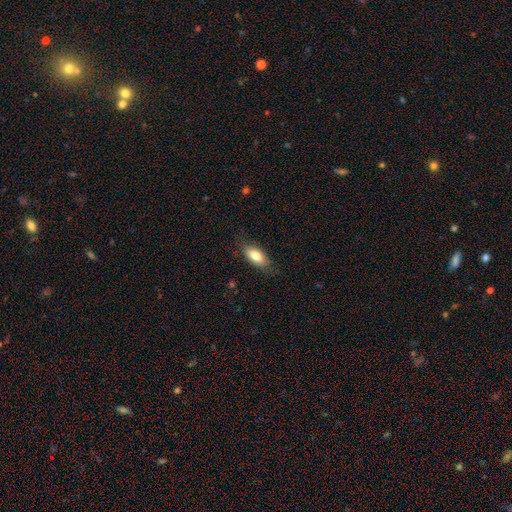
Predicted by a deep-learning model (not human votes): Smooth or featured? smooth (77%)
How rounded? in between (82%)
Merging? none (79%)